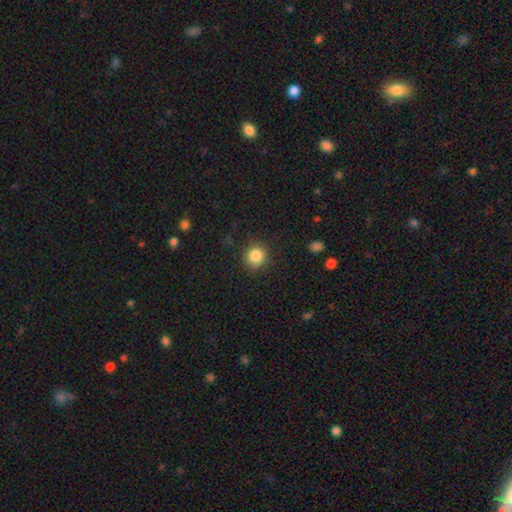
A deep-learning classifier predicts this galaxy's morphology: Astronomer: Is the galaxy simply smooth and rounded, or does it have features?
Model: smooth — 86%.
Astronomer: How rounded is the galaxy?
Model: round — 89%.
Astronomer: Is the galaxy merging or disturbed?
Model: none — 85%.